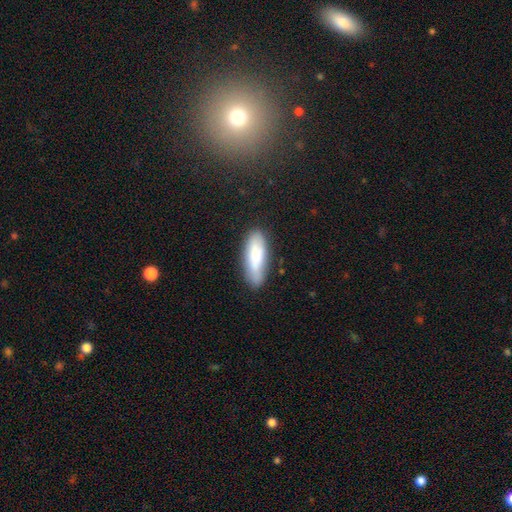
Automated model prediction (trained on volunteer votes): Smooth or featured: smooth — 80% (featured or disk — 14%)
How rounded: in between — 59% (cigar-shaped — 39%)
Merging: none — 76% (minor disturbance — 18%)